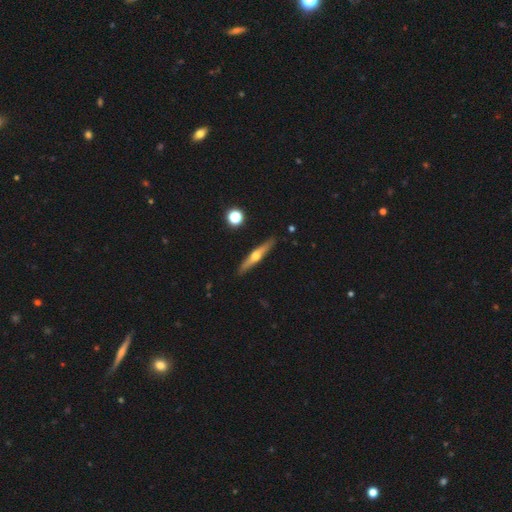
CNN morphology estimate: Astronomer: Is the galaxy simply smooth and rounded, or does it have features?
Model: featured or disk — 64%.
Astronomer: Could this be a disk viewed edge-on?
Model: yes — 96%.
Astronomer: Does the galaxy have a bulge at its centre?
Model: rounded — 92%.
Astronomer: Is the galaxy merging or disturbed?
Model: none — 89%.